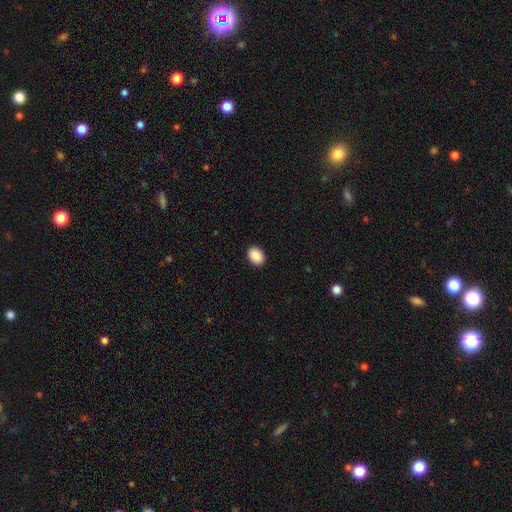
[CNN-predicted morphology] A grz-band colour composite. It shows a smooth galaxy with no disk features (90%) that is in between round and cigar-shaped (76%). Merging: none (91%).